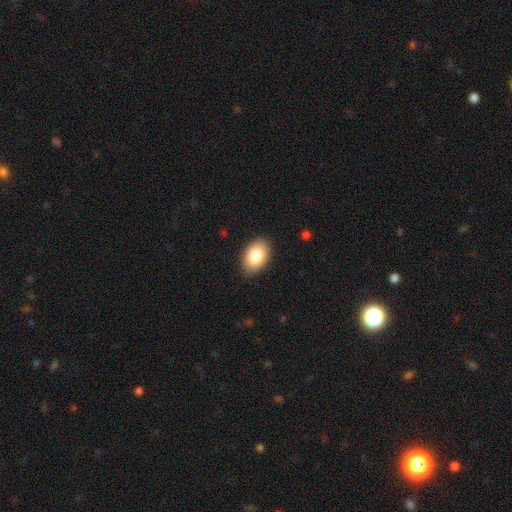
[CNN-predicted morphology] type=smooth (85%); roundness=in between (89%); merging=none (87%).